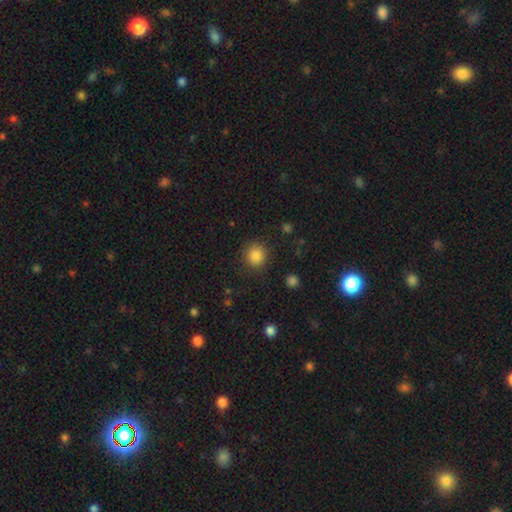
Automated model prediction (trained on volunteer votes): Smooth or featured?
  - smooth: 85% *
  - star or artifact: 11%
  - featured or disk: 4%
How rounded?
  - round: 89% *
  - in between: 10%
  - cigar-shaped: 1%
Merging?
  - none: 87% *
  - minor disturbance: 8%
  - major disturbance: 3%
  - merger: 1%